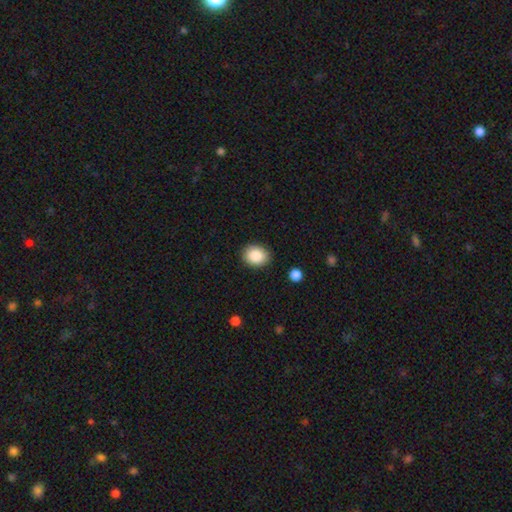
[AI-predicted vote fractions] smooth 87%, star or artifact 8%, featured or disk 5%. Down the decision tree: how rounded — in between (50%); merging — none (88%).